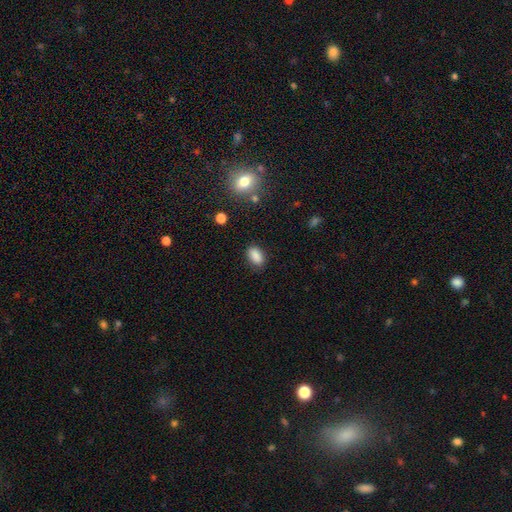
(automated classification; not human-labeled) Smooth or featured?
  - smooth: 86% *
  - star or artifact: 9%
  - featured or disk: 4%
How rounded?
  - in between: 88% *
  - round: 9%
  - cigar-shaped: 3%
Merging?
  - none: 84% *
  - minor disturbance: 12%
  - major disturbance: 3%
  - merger: 2%